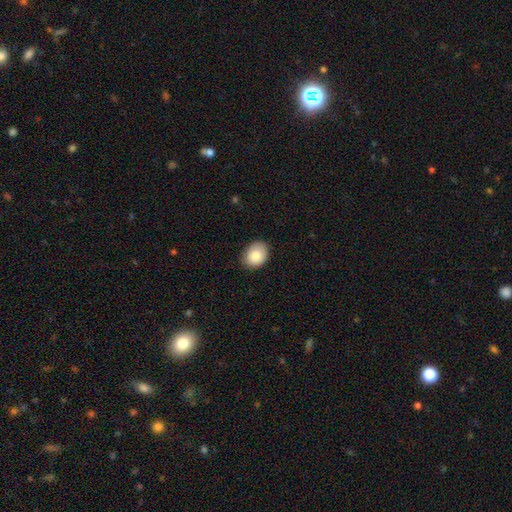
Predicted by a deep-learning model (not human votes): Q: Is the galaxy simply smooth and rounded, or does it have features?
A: smooth — 84%.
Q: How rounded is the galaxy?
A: in between — 62%.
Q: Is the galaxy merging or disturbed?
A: none — 83%.